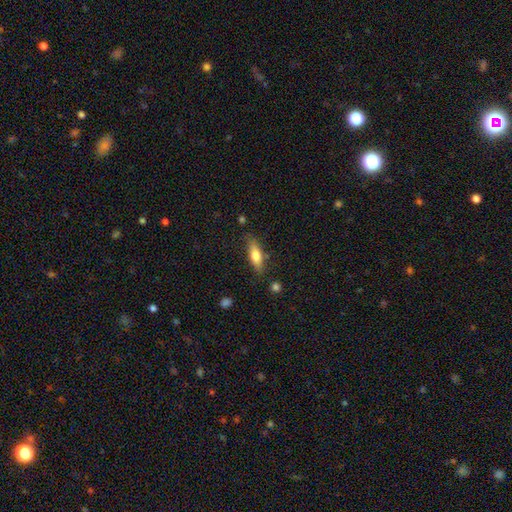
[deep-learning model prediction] Smooth or featured? smooth (66%)
How rounded? cigar-shaped (49%, tied with in between)
Merging? none (78%)